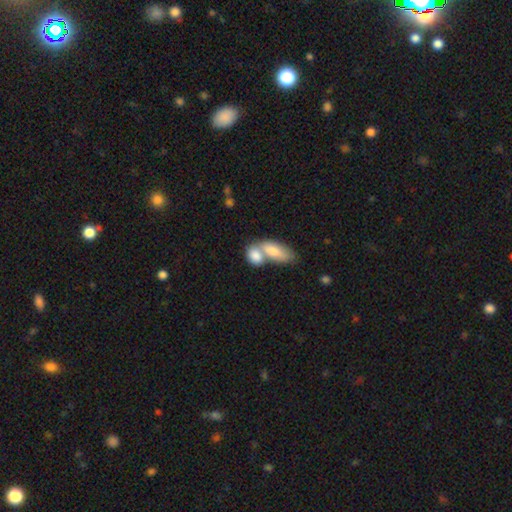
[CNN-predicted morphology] This is likely a smooth galaxy (80%). How rounded: clearly in between (85%). Merging: likely merger (70%).